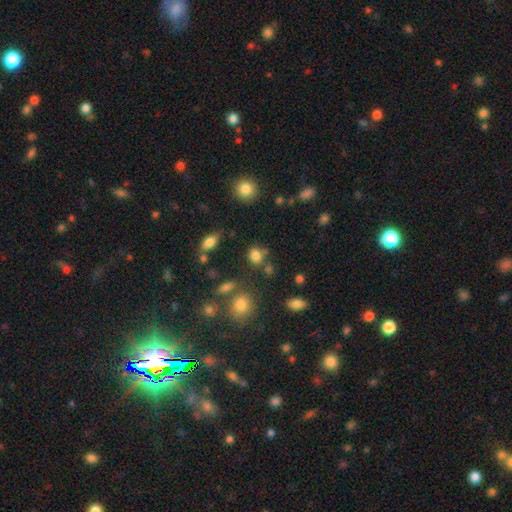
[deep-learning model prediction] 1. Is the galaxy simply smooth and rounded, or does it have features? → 79% smooth, 14% star or artifact, 7% featured or disk.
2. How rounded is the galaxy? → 66% round, 33% in between, 1% cigar-shaped.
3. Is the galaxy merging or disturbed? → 65% none, 15% merger, 15% minor disturbance, 5% major disturbance.